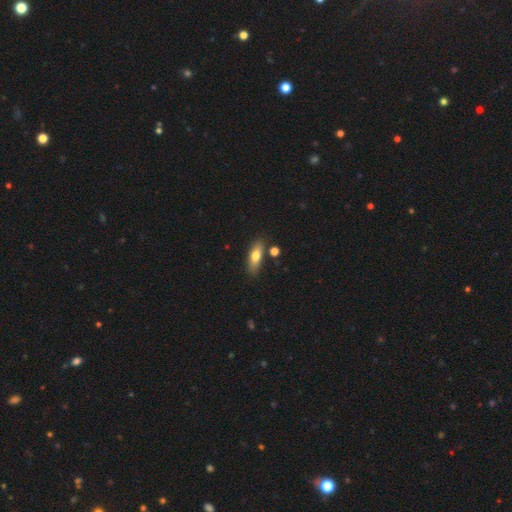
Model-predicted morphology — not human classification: The model was most divided on "how rounded": in between: 59%, cigar-shaped: 38%, round: 4%. More confident: merging — none (80%); smooth or featured — smooth (71%).